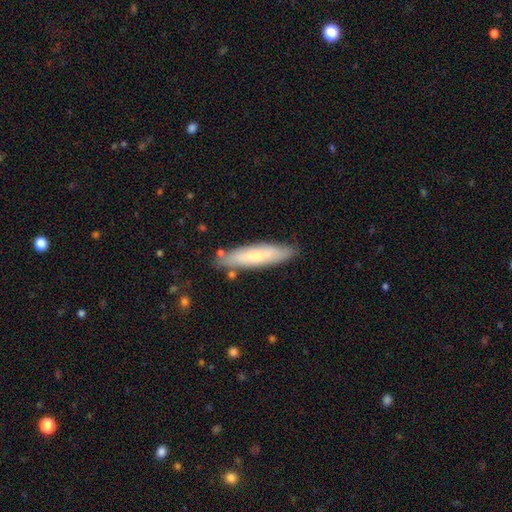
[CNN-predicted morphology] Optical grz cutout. It shows a smooth galaxy with no disk features (57%) that is cigar-shaped (75%). Merging: none (82%).